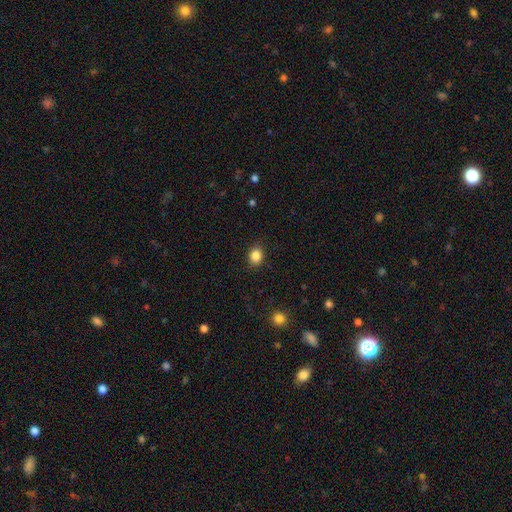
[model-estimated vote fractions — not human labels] Smooth or featured: smooth — 86% (star or artifact — 10%)
How rounded: in between — 51% (round — 48%)
Merging: none — 88% (minor disturbance — 8%)